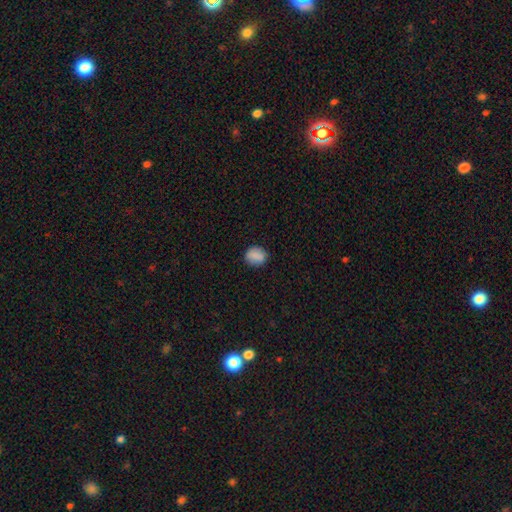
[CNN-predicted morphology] Smooth or featured: smooth — 85% (star or artifact — 8%)
How rounded: round — 55% (in between — 43%)
Merging: none — 84% (minor disturbance — 12%)